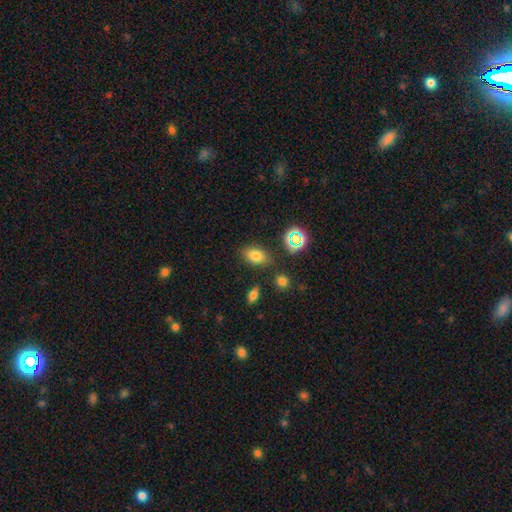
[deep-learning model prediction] smooth_or_featured: smooth (p=0.74) [alt: star or artifact p=0.16]
how_rounded: in between (p=0.82) [alt: round p=0.15]
merging: none (p=0.80) [alt: minor disturbance p=0.12]